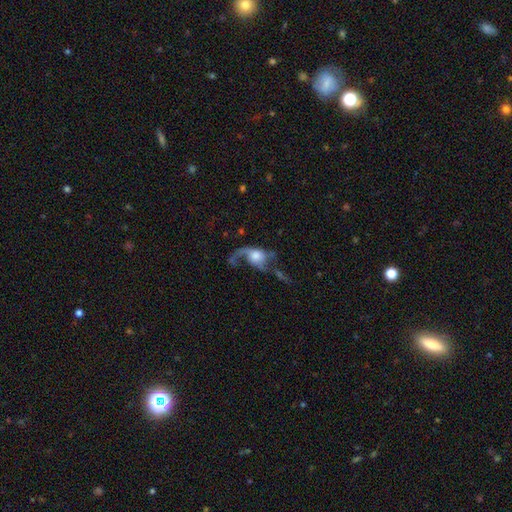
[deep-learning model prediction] smooth-or-featured: featured or disk: 59% | smooth: 33% | star or artifact: 8%
  disk-edge-on: no: 95% | yes: 5%
    bar: no: 77% | weak: 19% | strong: 4%
    has-spiral-arms: yes: 77% | no: 23%
    bulge-size: large: 37% | moderate: 36% | small: 13% | dominant: 9% | none: 6%
  merging: major disturbance: 51% | none: 23% | minor disturbance: 14% | merger: 12%